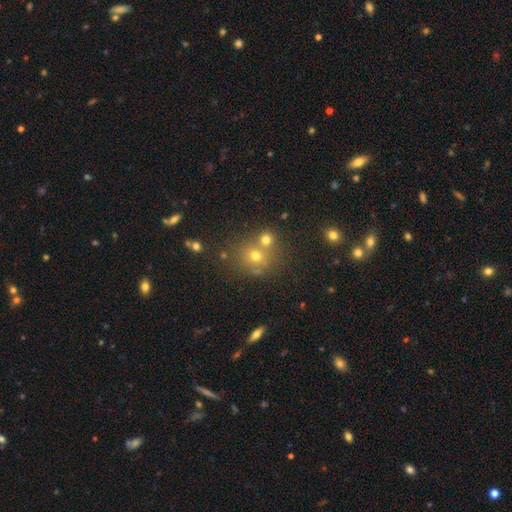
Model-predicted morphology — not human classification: A smooth galaxy with no disk features (58%) that is round (83%).

Vote fractions:
- Smooth or featured? smooth: 58% / star or artifact: 28% / featured or disk: 15%
- How rounded? round: 83% / in between: 16% / cigar-shaped: 1%
- Merging? none: 58% / merger: 29% / minor disturbance: 9% / major disturbance: 4%